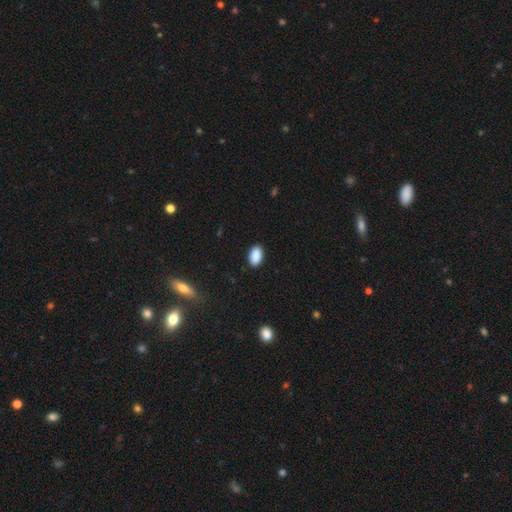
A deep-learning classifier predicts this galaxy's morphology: smooth_or_featured: smooth (p=0.90) [alt: star or artifact p=0.07]
how_rounded: in between (p=0.92) [alt: round p=0.06]
merging: none (p=0.88) [alt: minor disturbance p=0.09]